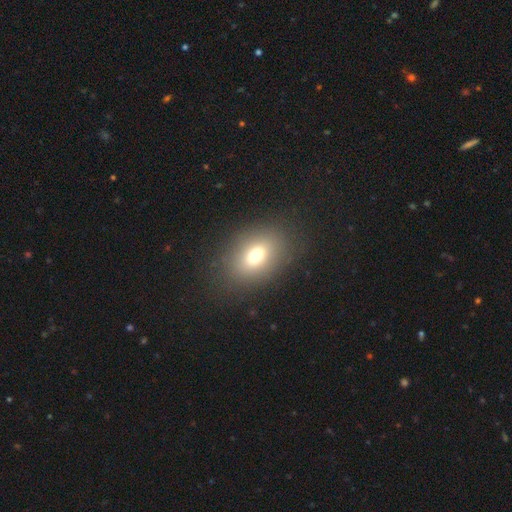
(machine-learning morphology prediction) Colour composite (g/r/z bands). It shows a smooth galaxy with no disk features (72%) that is in between round and cigar-shaped (76%). Merging: none (83%).